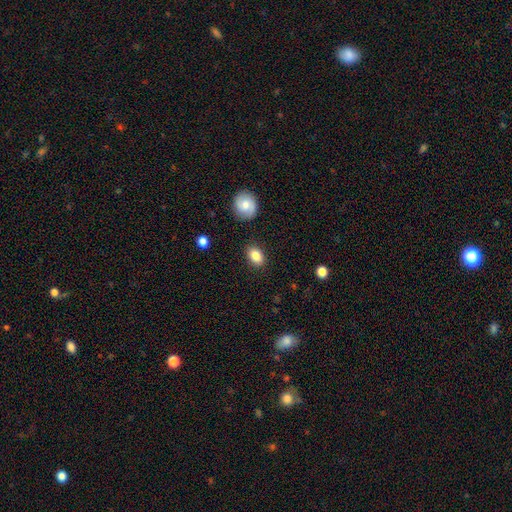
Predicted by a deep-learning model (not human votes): A smooth galaxy with no disk features (85%) that is in between round and cigar-shaped (78%). Merging: none (86%).